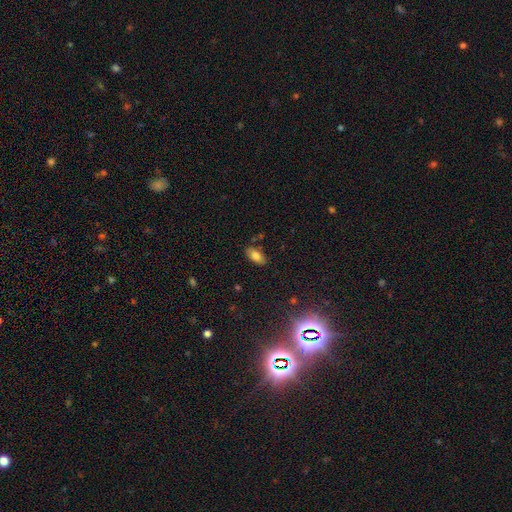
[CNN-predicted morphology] A smooth galaxy with no disk features (78%) that is in between round and cigar-shaped (91%). Merging: none (82%).